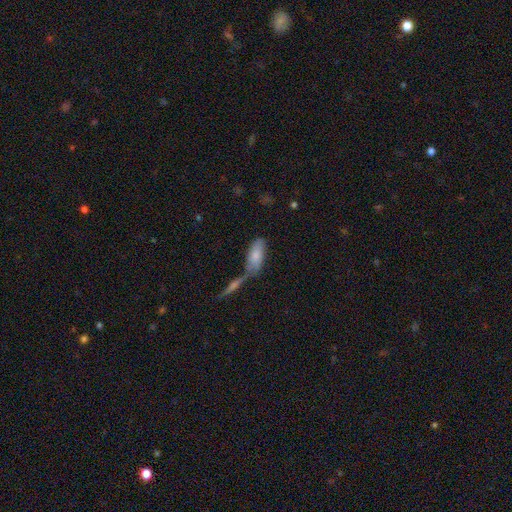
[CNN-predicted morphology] Smooth or featured? smooth (73%)
How rounded? in between (81%)
Merging? none (44%)